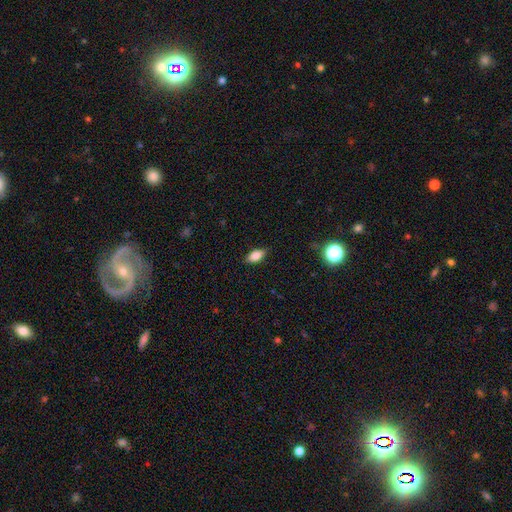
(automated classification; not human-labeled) Smooth or featured?
  - smooth: 80% *
  - featured or disk: 11%
  - star or artifact: 8%
How rounded?
  - in between: 86% *
  - cigar-shaped: 11%
  - round: 4%
Merging?
  - none: 84% *
  - minor disturbance: 12%
  - major disturbance: 3%
  - merger: 1%